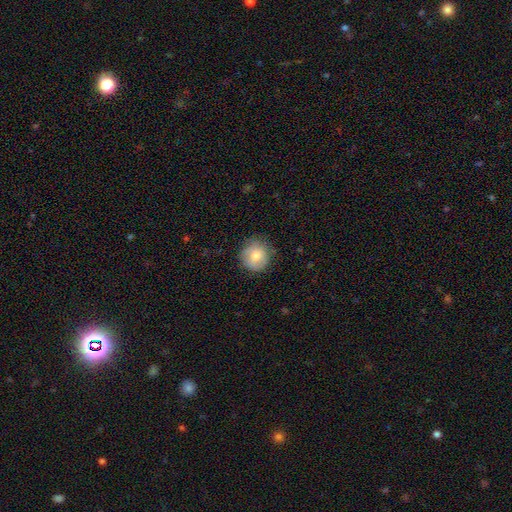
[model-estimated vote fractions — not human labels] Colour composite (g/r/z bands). It shows a smooth galaxy with no disk features (77%) that is round (91%). Merging: none (80%).